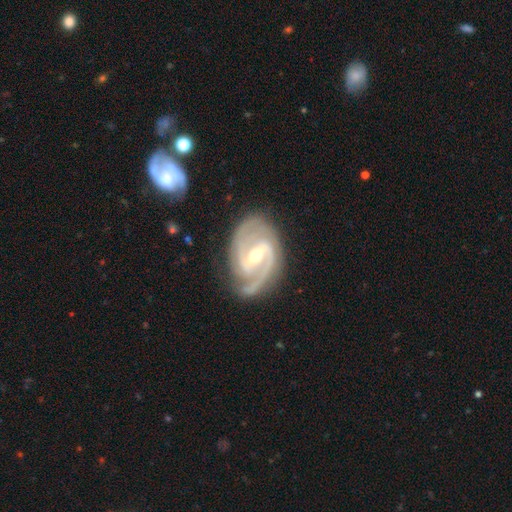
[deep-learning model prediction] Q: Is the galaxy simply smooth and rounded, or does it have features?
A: featured or disk — 93%.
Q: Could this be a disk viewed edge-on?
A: no — 97%.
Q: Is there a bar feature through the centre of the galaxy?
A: strong — 46%.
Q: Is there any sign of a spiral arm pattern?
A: yes — 98%.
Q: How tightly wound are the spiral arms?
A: medium — 52%.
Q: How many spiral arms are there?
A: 2 — 78%.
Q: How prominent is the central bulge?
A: small — 49%.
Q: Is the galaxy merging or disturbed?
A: none — 79%.